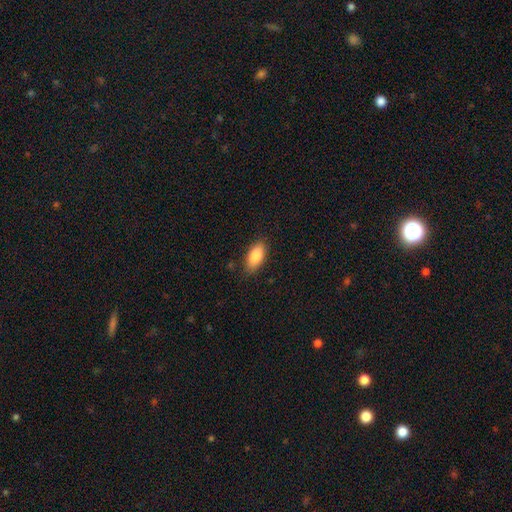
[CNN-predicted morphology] The model was most divided on "merging": none: 84%, minor disturbance: 12%, major disturbance: 3%, merger: 1%. More confident: how rounded — in between (88%); smooth or featured — smooth (86%).